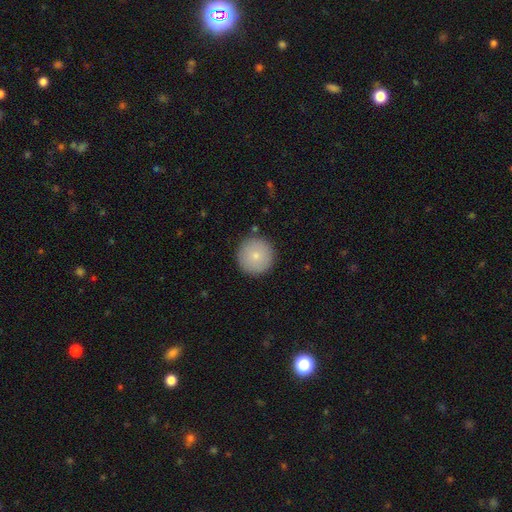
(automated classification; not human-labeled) Overall: smooth (81%). How rounded: round (96%). Merging: none (90%).